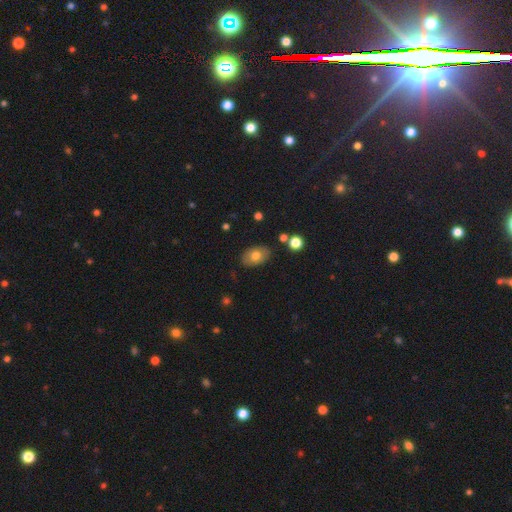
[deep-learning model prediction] This is likely a smooth galaxy (71%). How rounded: clearly in between (87%). Merging: clearly none (82%).